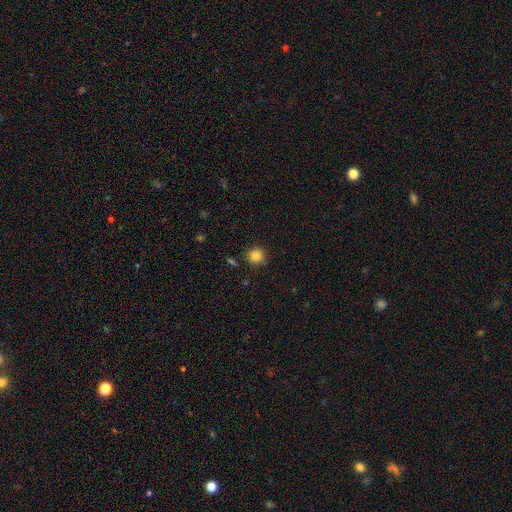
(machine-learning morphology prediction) Smooth or featured: smooth — 84% (star or artifact — 11%)
How rounded: round — 92% (in between — 7%)
Merging: none — 85% (minor disturbance — 10%)